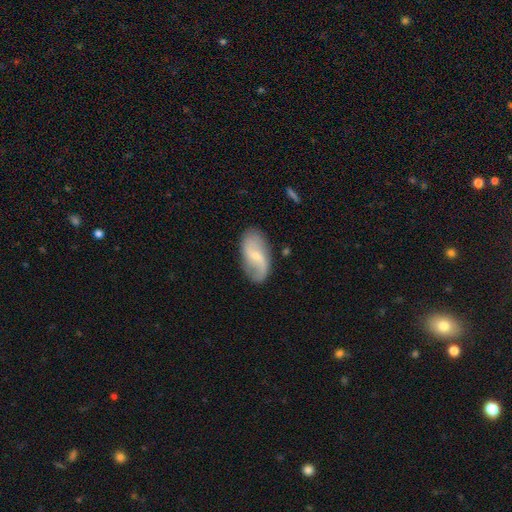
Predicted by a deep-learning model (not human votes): Smooth or featured?
  - featured or disk: 69% *
  - smooth: 25%
  - star or artifact: 6%
Edge-on disk?
  - no: 96% *
  - yes: 4%
Bar?
  - weak: 51% *
  - no: 30%
  - strong: 19%
Spiral arms?
  - yes: 88% *
  - no: 12%
Spiral winding?
  - loose: 71% *
  - medium: 21%
  - tight: 7%
Spiral arm count?
  - 2: 86% *
  - can't tell: 6%
  - 1: 5%
  - 3: 1%
  - 4: 1%
  - more than 4: 1%
Bulge size?
  - small: 69% *
  - moderate: 24%
  - none: 5%
  - large: 1%
  - dominant: 1%
Merging?
  - none: 78% *
  - minor disturbance: 16%
  - major disturbance: 5%
  - merger: 2%